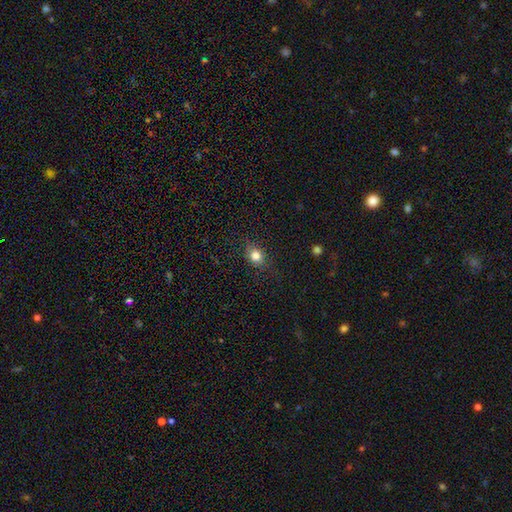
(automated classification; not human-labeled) A smooth galaxy with no disk features (80%) that is round (55%). Merging: none (81%).